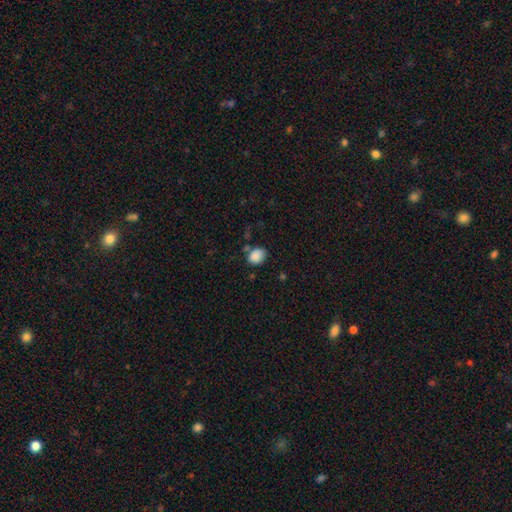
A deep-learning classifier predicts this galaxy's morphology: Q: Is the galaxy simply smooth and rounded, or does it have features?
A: smooth — 87%.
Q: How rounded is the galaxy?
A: in between — 57%.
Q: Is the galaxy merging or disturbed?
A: none — 67%.